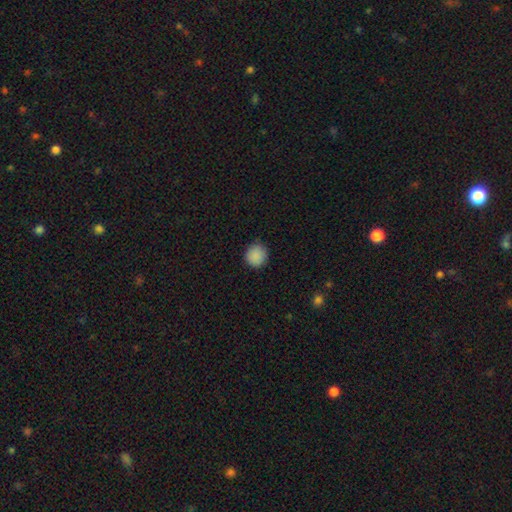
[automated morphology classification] The model was most divided on "merging": none: 87%, minor disturbance: 10%, major disturbance: 2%, merger: 1%. More confident: how rounded — round (90%); smooth or featured — smooth (88%).